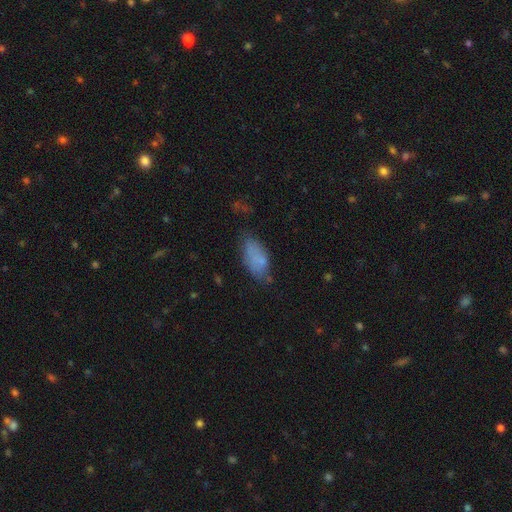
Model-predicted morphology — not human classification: Overall: smooth (72%). How rounded: in between (87%). Merging: none (55%; minor disturbance 28%).